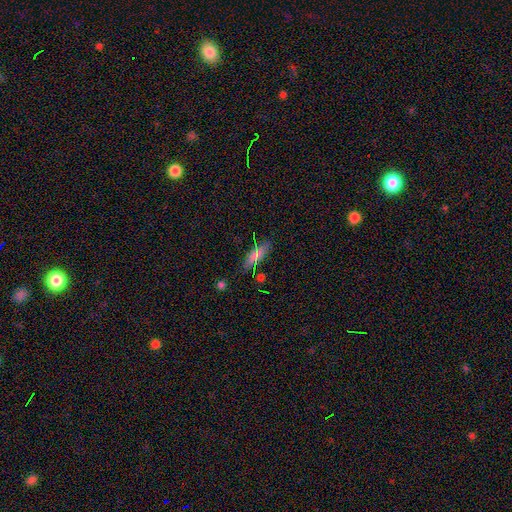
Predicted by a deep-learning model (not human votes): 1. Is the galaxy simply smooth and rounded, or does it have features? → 70% smooth, 16% featured or disk, 13% star or artifact.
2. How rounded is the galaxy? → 56% in between, 41% cigar-shaped, 3% round.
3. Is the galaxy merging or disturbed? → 82% none, 13% minor disturbance, 3% major disturbance, 2% merger.